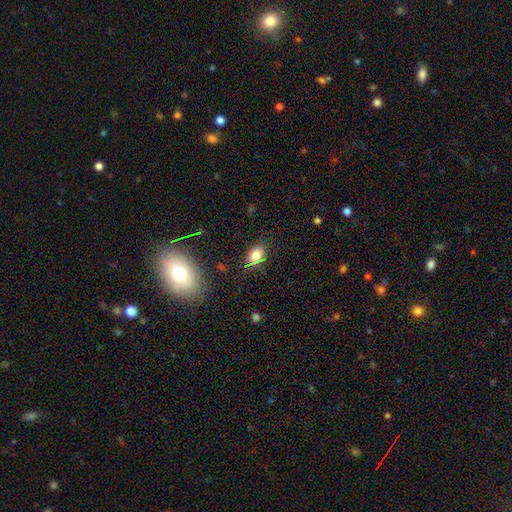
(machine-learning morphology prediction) A smooth galaxy with no disk features (77%) that is in between round and cigar-shaped (73%). Merging: none (80%).